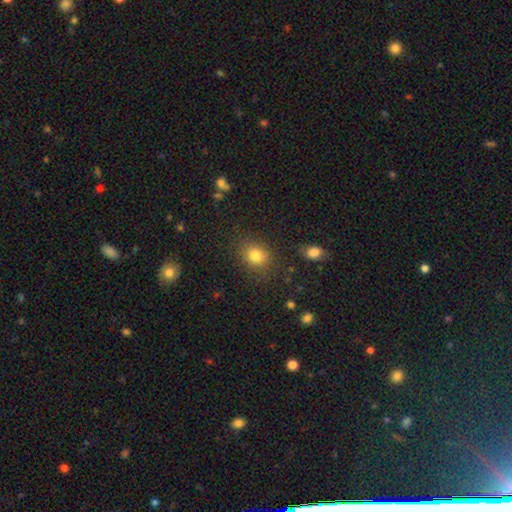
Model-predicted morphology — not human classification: Overall: smooth (80%). How rounded: round (64%; in between 35%). Merging: none (80%).